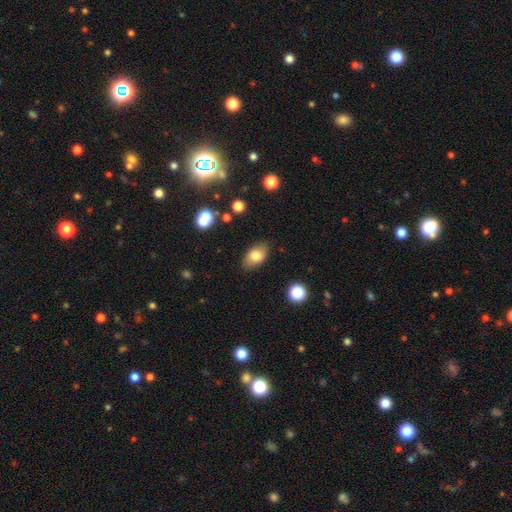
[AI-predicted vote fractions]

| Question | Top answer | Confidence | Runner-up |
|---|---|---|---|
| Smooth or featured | smooth | 78% | featured or disk (14%) |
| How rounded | in between | 90% | round (8%) |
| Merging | none | 83% | minor disturbance (13%) |